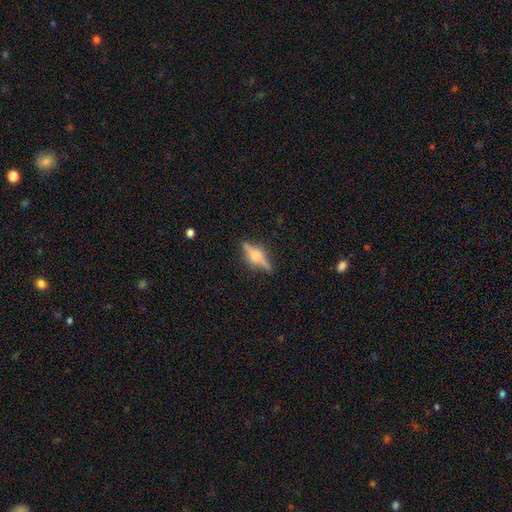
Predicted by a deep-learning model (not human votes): This appears to be a featured or disk galaxy (68%) viewed edge-on (95%) with a rounded central bulge (90%). Merging: none (83%).